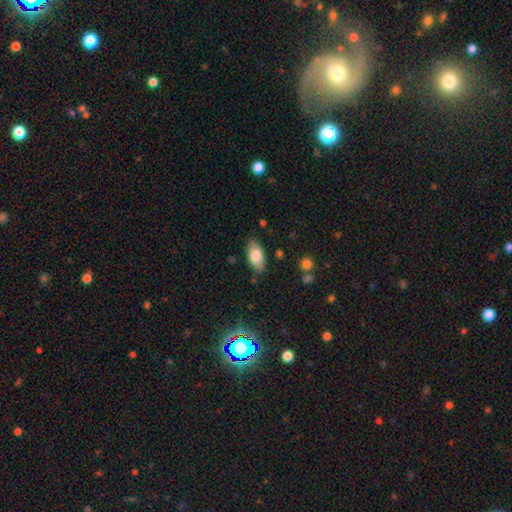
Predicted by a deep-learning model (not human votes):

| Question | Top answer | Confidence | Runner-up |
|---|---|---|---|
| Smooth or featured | smooth | 79% | featured or disk (14%) |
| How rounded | in between | 92% | cigar-shaped (5%) |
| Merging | none | 84% | minor disturbance (12%) |